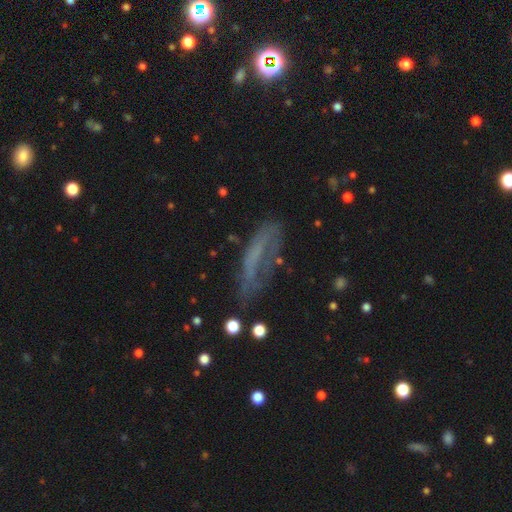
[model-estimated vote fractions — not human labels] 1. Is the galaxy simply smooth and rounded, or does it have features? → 44% smooth, 38% featured or disk, 18% star or artifact.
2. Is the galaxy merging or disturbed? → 48% none, 26% minor disturbance, 21% major disturbance, 4% merger.